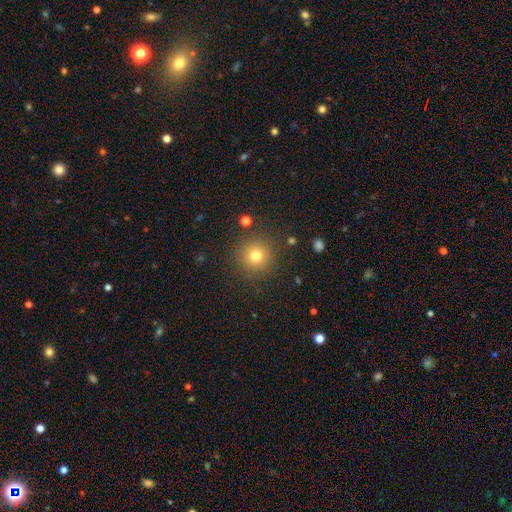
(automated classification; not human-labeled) Smooth or featured?
  - smooth: 77% *
  - star or artifact: 14%
  - featured or disk: 9%
How rounded?
  - round: 95% *
  - in between: 4%
  - cigar-shaped: 1%
Merging?
  - none: 88% *
  - minor disturbance: 7%
  - major disturbance: 3%
  - merger: 2%